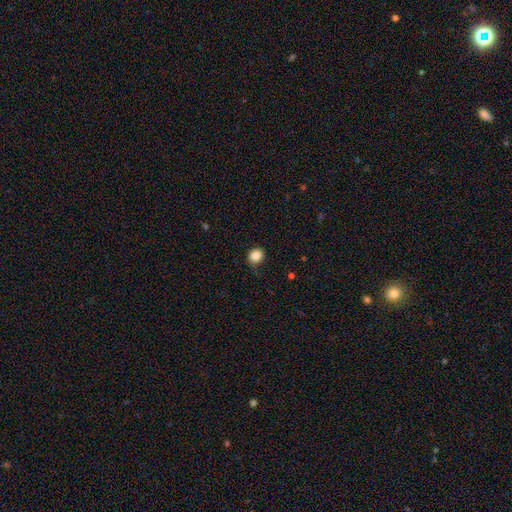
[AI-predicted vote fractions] smooth 86%, star or artifact 10%, featured or disk 4%. Down the decision tree: how rounded — round (71%); merging — none (81%).